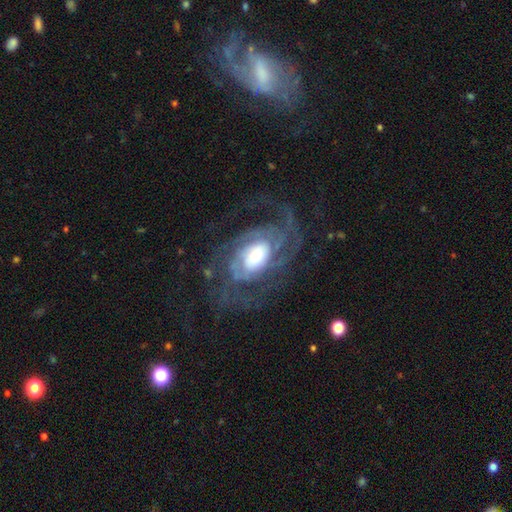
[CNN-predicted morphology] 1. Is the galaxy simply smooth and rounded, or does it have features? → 89% featured or disk, 6% smooth, 5% star or artifact.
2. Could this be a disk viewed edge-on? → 97% no, 3% yes.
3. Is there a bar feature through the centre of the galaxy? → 57% no, 30% weak, 13% strong.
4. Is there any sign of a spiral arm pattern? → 96% yes, 4% no.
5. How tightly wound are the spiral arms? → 50% tight, 38% medium, 12% loose.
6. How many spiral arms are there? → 29% 2, 23% can't tell, 23% 3, 10% 4, 8% 1, 7% more than 4.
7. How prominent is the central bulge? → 44% moderate, 36% large, 14% small, 5% dominant, 2% none.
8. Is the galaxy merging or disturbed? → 63% none, 19% major disturbance, 16% minor disturbance, 1% merger.